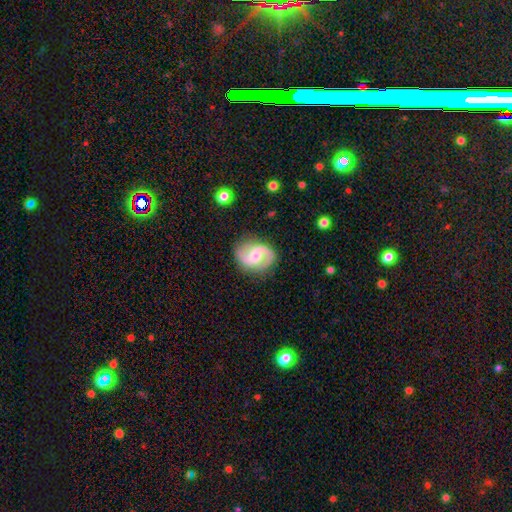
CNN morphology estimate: smooth_or_featured: featured or disk (p=0.85) [alt: smooth p=0.09]
disk_edge_on: no (p=0.98) [alt: yes p=0.02]
bar: weak (p=0.47) [alt: no p=0.33]
has_spiral_arms: yes (p=0.96) [alt: no p=0.04]
spiral_winding: medium (p=0.46) [alt: loose p=0.41]
spiral_arm_count: 2 (p=0.92) [alt: can't tell p=0.03]
bulge_size: moderate (p=0.55) [alt: small p=0.38]
merging: none (p=0.81) [alt: minor disturbance p=0.13]